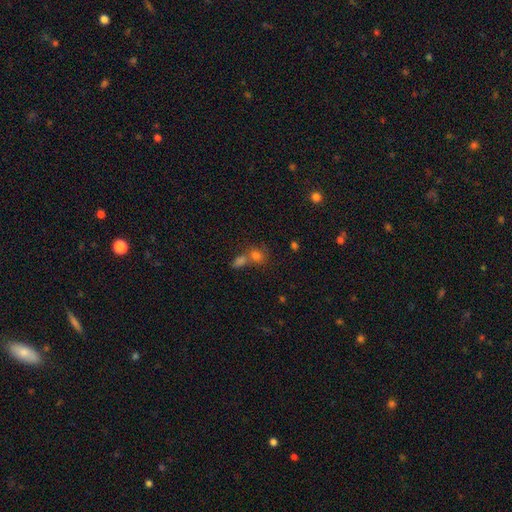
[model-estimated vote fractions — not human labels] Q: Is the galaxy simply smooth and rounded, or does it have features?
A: smooth — 71%.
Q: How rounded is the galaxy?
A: round — 60%.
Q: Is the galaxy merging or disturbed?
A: none — 44%.